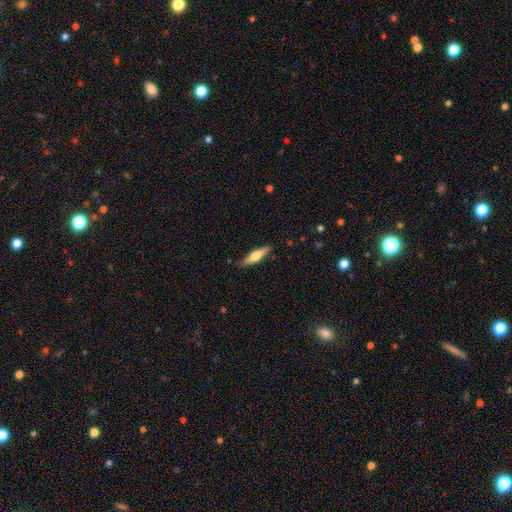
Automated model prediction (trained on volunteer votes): Smooth or featured: smooth — 57% (featured or disk — 37%)
How rounded: cigar-shaped — 70% (in between — 28%)
Merging: none — 82% (minor disturbance — 14%)